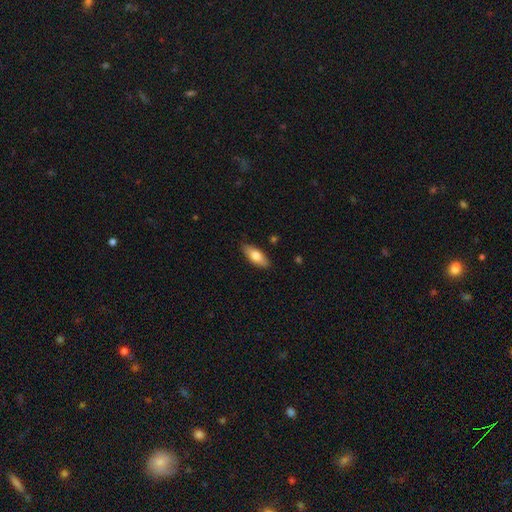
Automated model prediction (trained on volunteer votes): This appears to be a smooth galaxy with no disk features (75%) that is in between round and cigar-shaped (80%). Merging: none (86%).